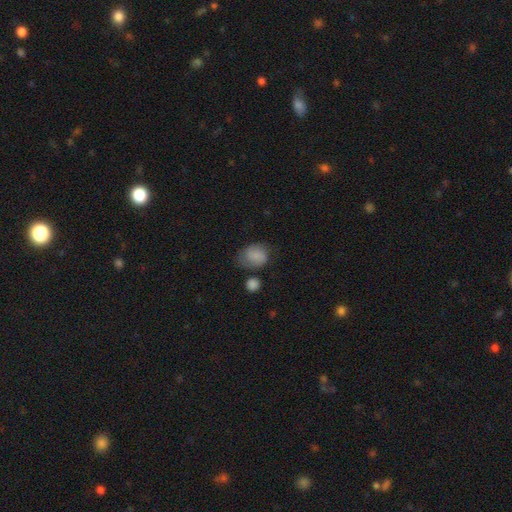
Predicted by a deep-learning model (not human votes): smooth_or_featured: smooth (p=0.73) [alt: featured or disk p=0.18]
how_rounded: in between (p=0.50) [alt: round p=0.49]
merging: none (p=0.53) [alt: minor disturbance p=0.27]